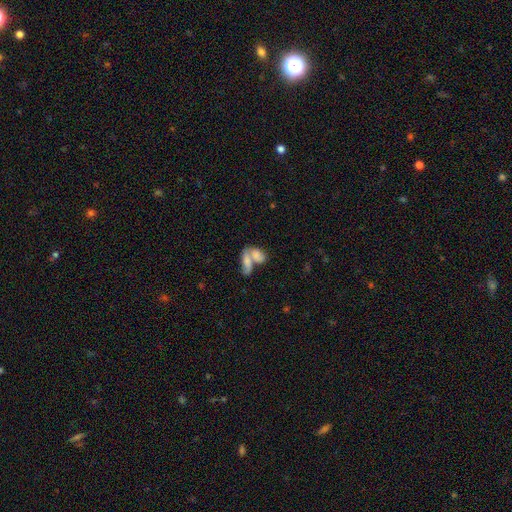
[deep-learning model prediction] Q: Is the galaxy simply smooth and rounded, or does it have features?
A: smooth — 68%.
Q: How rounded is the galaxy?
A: in between — 87%.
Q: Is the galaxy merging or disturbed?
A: merger — 72%.